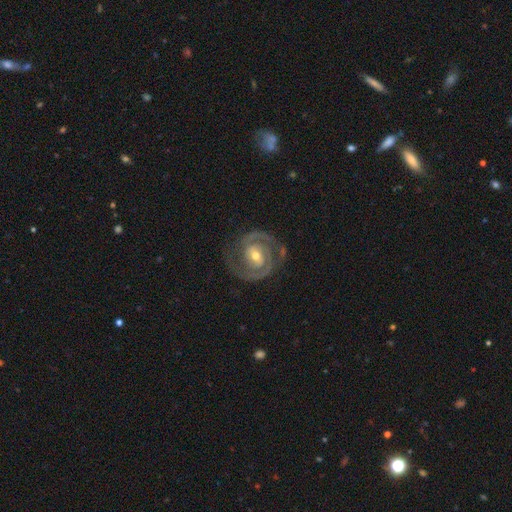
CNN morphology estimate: Smooth or featured? Predicted: featured or disk (p=0.92). Edge-on disk? Predicted: no (p=0.98). Bar? Predicted: no (p=0.44). Spiral arms? Predicted: yes (p=0.98). Spiral winding? Predicted: tight (p=0.62). Spiral arm count? Predicted: 2 (p=0.90). Bulge size? Predicted: moderate (p=0.63). Merging? Predicted: none (p=0.80).